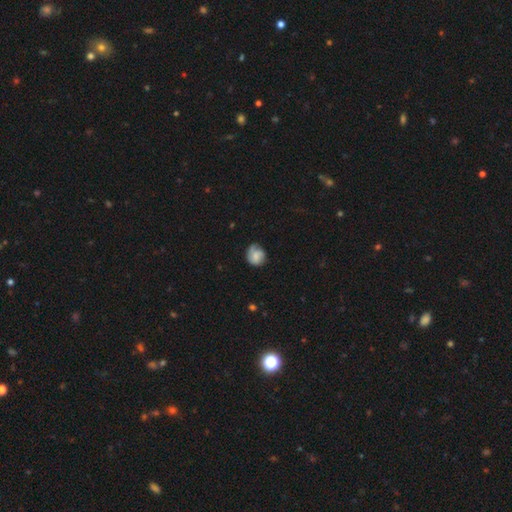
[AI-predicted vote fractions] smooth_or_featured: smooth (p=0.63) [alt: featured or disk p=0.29]
how_rounded: round (p=0.74) [alt: in between p=0.25]
merging: none (p=0.60) [alt: minor disturbance p=0.29]